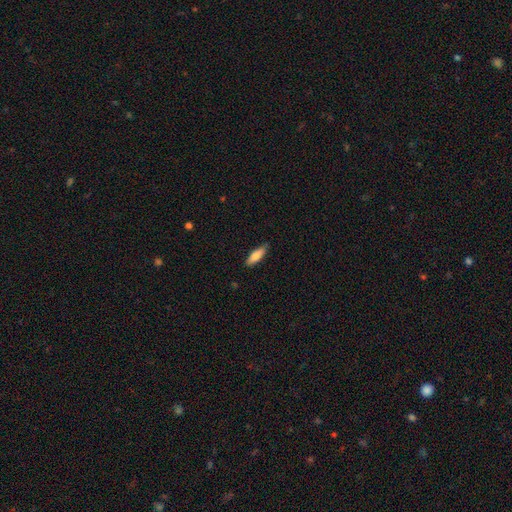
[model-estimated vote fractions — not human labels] This is clearly a smooth galaxy (82%). How rounded: possibly in between (53%). Merging: clearly none (84%).